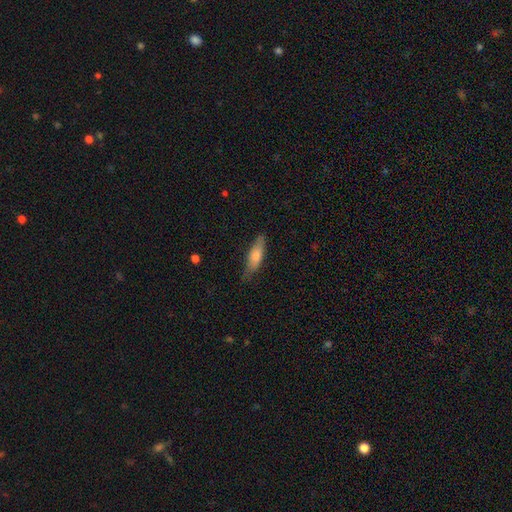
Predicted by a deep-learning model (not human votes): This appears to be a smooth galaxy with no disk features (73%) that is cigar-shaped (52%). Merging: none (72%).